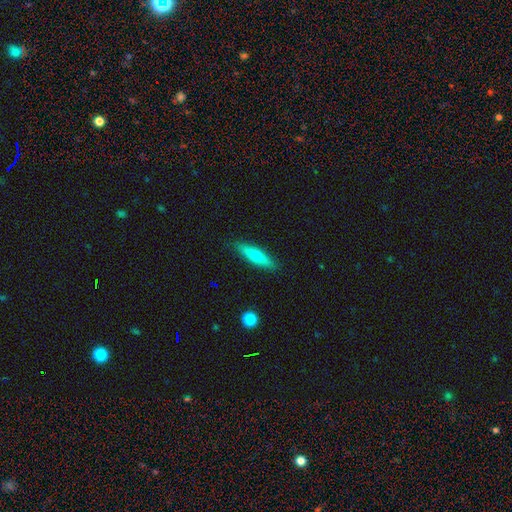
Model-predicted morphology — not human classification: This is possibly a smooth galaxy (57%). How rounded: likely cigar-shaped (75%). Merging: clearly none (88%).